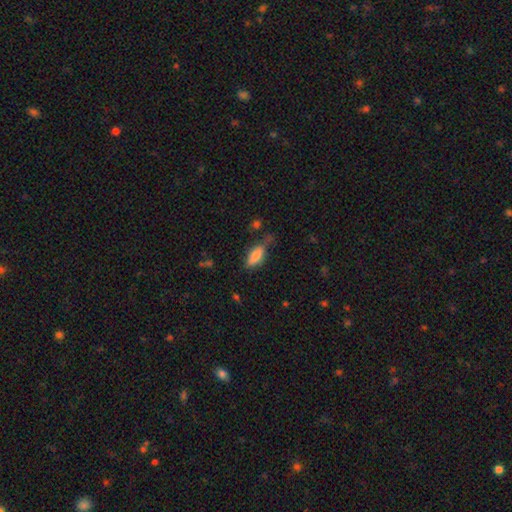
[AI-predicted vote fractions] This appears to be a smooth galaxy with no disk features (80%) that is in between round and cigar-shaped (80%). Merging: none (56%).